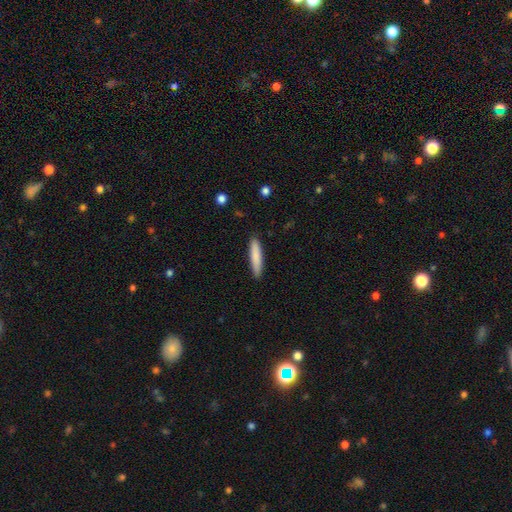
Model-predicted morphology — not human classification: type=smooth (85%); roundness=cigar-shaped (83%); merging=none (89%).